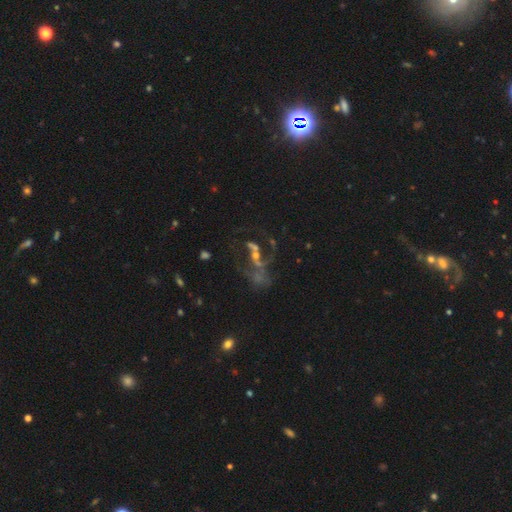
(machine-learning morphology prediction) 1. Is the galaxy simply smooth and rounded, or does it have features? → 53% featured or disk, 28% star or artifact, 18% smooth.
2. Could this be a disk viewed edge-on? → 94% no, 6% yes.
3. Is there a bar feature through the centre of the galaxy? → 77% no, 16% weak, 8% strong.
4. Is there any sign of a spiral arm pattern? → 68% no, 32% yes.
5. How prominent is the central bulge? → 42% none, 32% small, 20% moderate, 4% large, 2% dominant.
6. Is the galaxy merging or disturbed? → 32% major disturbance, 31% merger, 26% none, 10% minor disturbance.